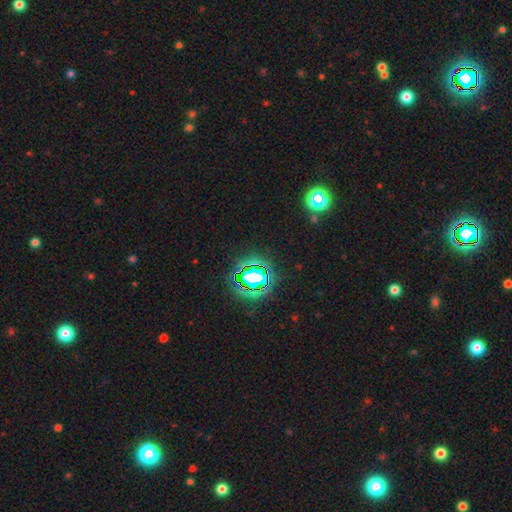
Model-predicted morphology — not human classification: The model was most divided on "smooth or featured": star or artifact: 78%, smooth: 15%, featured or disk: 7%.